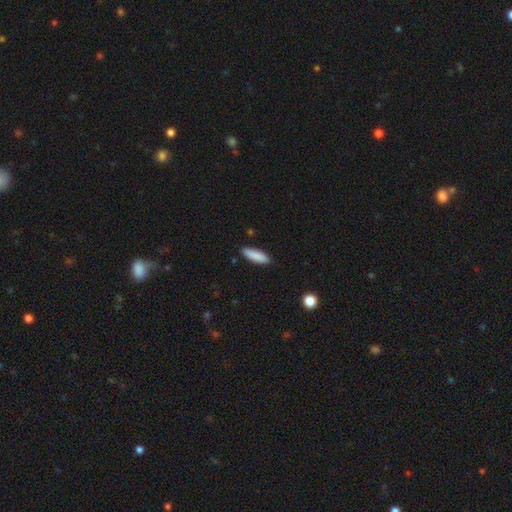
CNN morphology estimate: type=smooth (88%); roundness=cigar-shaped (55%); merging=none (88%).